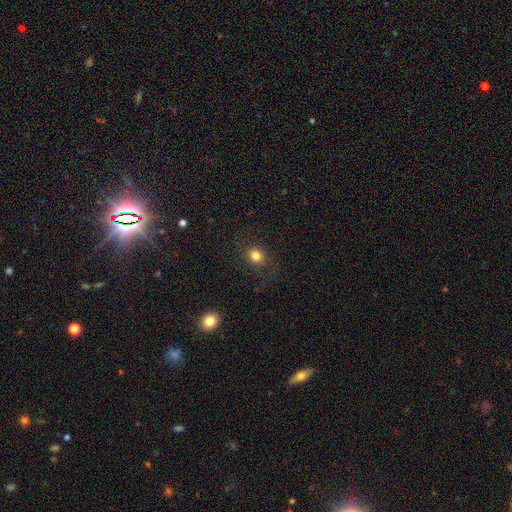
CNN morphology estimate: smooth-or-featured: smooth: 80% | star or artifact: 13% | featured or disk: 7%
  how-rounded: round: 76% | in between: 23% | cigar-shaped: 1%
  merging: none: 83% | minor disturbance: 10% | major disturbance: 6% | merger: 1%